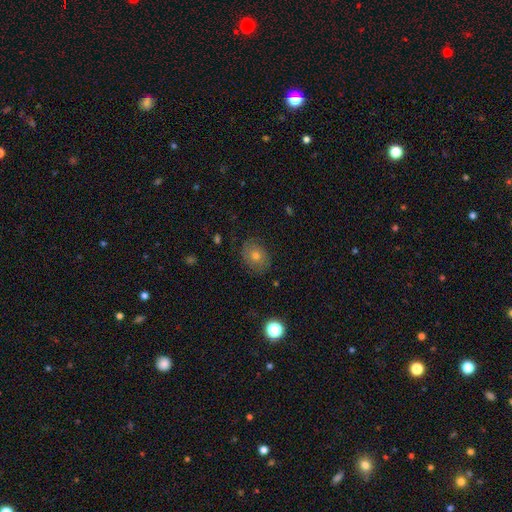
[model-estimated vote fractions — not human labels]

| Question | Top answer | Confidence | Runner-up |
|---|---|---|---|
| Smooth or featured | smooth | 53% | featured or disk (30%) |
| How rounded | round | 53% | in between (45%) |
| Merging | none | 81% | minor disturbance (13%) |